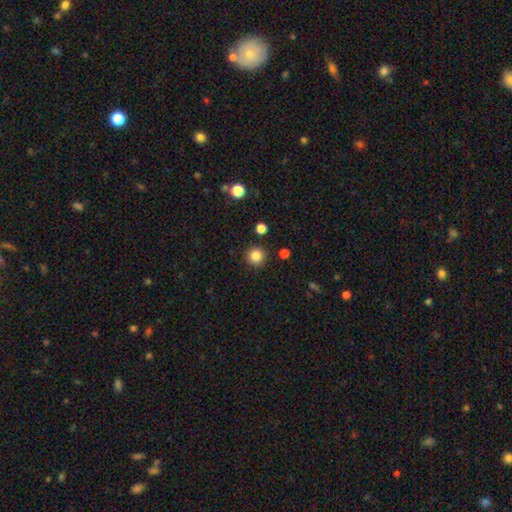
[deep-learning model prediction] Morphology: type=smooth (85%); roundness=round (95%); merging=none (91%).